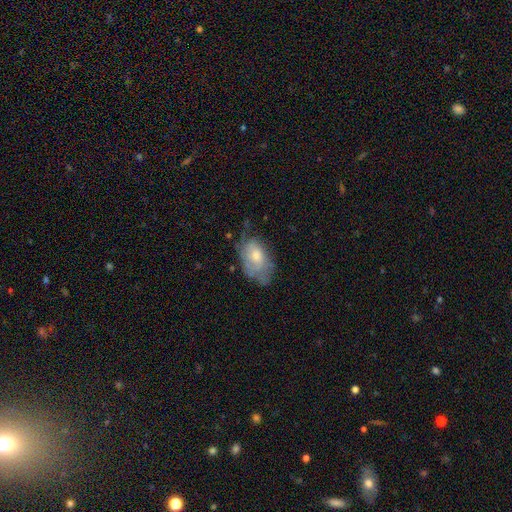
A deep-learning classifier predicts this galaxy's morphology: Smooth or featured? smooth (48%)
Merging? none (46%)